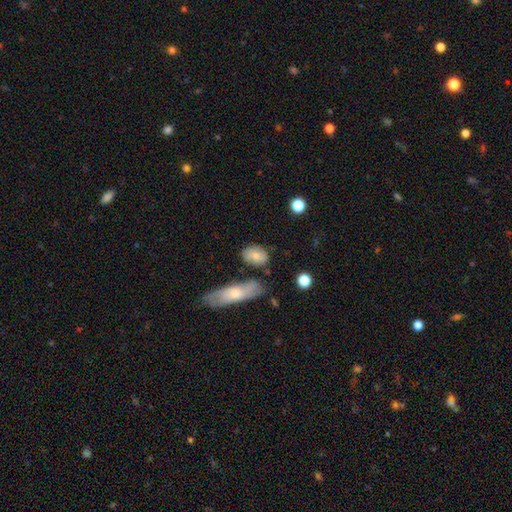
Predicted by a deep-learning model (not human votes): A smooth galaxy with no disk features (69%) that is in between round and cigar-shaped (75%).

Vote fractions:
- Smooth or featured? smooth: 69% / featured or disk: 23% / star or artifact: 8%
- How rounded? in between: 75% / round: 20% / cigar-shaped: 5%
- Merging? none: 66% / minor disturbance: 20% / merger: 8% / major disturbance: 6%